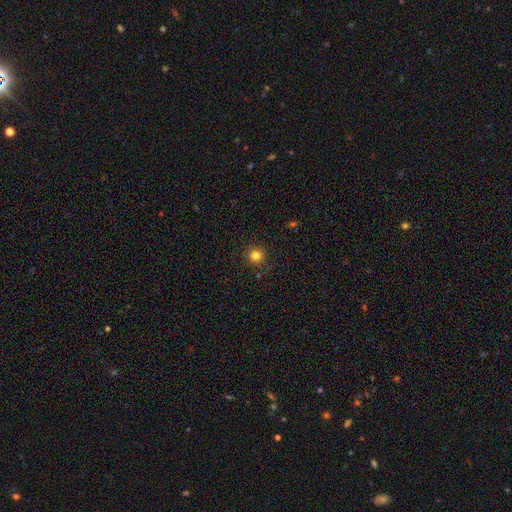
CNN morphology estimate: The model was most divided on "smooth or featured": smooth: 81%, star or artifact: 14%, featured or disk: 5%. More confident: how rounded — round (95%); merging — none (91%).